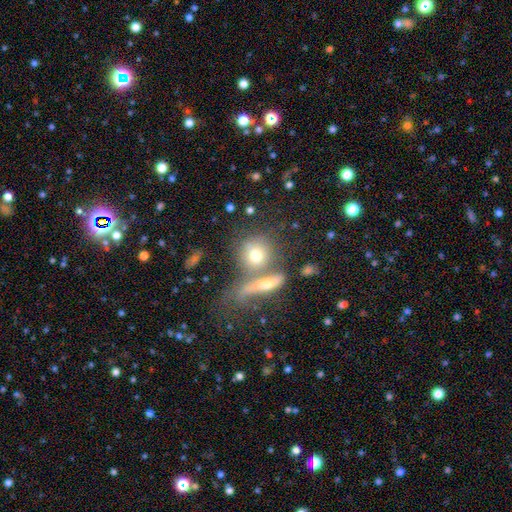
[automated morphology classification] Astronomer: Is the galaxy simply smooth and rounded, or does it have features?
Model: smooth — 68%.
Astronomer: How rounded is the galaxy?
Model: round — 70%.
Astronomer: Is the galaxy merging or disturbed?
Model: merger — 43% (runner-up: none, 38%).